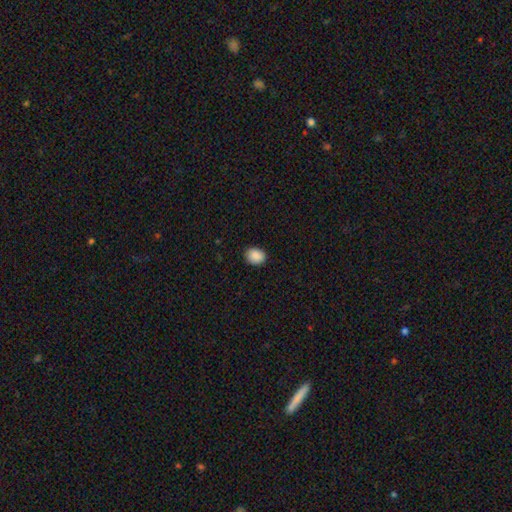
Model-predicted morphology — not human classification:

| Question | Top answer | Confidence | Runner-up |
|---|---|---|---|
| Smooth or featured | smooth | 89% | star or artifact (8%) |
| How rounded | in between | 51% | round (48%) |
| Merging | none | 88% | minor disturbance (9%) |